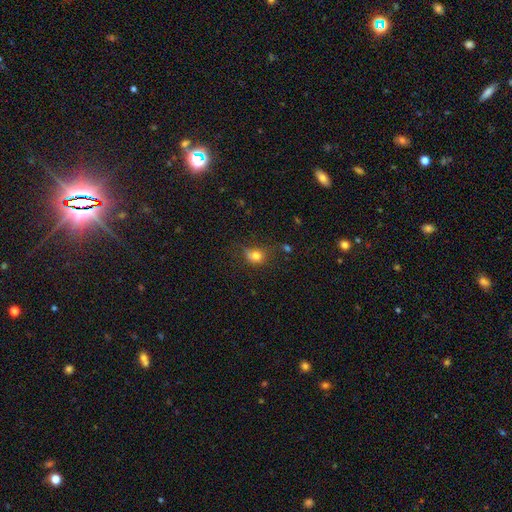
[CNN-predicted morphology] type=smooth (76%); roundness=round (64%); merging=none (48%).